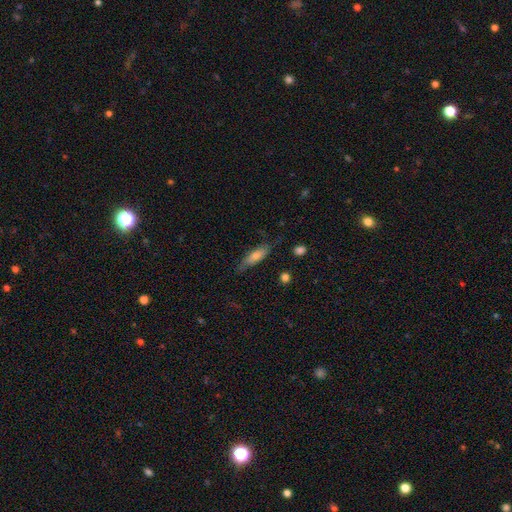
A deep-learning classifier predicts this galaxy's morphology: Smooth or featured: smooth — 60% (featured or disk — 33%)
How rounded: in between — 50% (cigar-shaped — 48%)
Merging: none — 64% (minor disturbance — 26%)